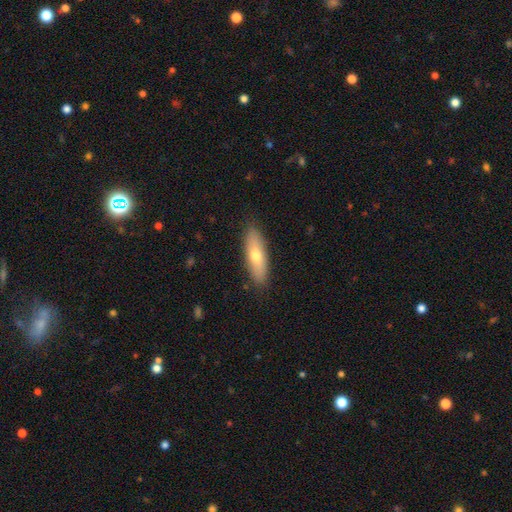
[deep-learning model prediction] Smooth or featured: smooth — 66% (featured or disk — 27%)
How rounded: cigar-shaped — 49% (tied with in between — 49%)
Merging: none — 87% (minor disturbance — 10%)